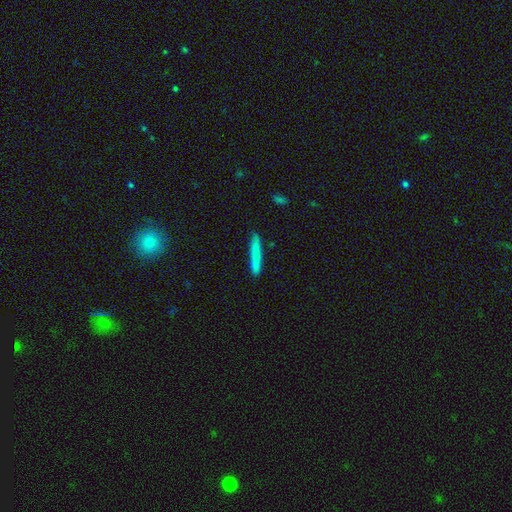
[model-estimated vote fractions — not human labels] Smooth or featured? Predicted: smooth (p=0.75). How rounded? Predicted: cigar-shaped (p=0.96). Merging? Predicted: none (p=0.89).